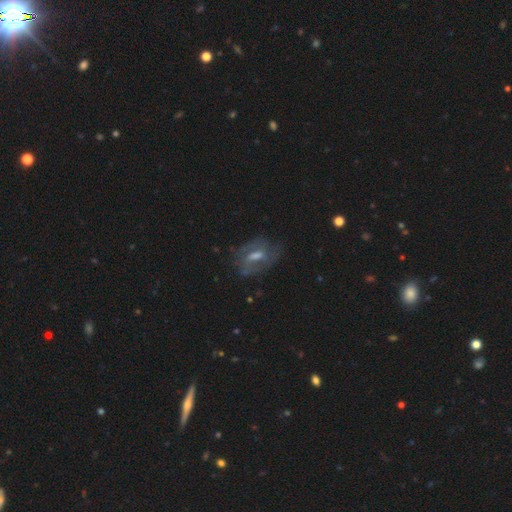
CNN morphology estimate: Smooth or featured? featured or disk (61%)
Edge-on disk? no (91%)
Bar? weak (48%)
Spiral arms? yes (58%)
Bulge size? moderate (51%)
Merging? none (61%)